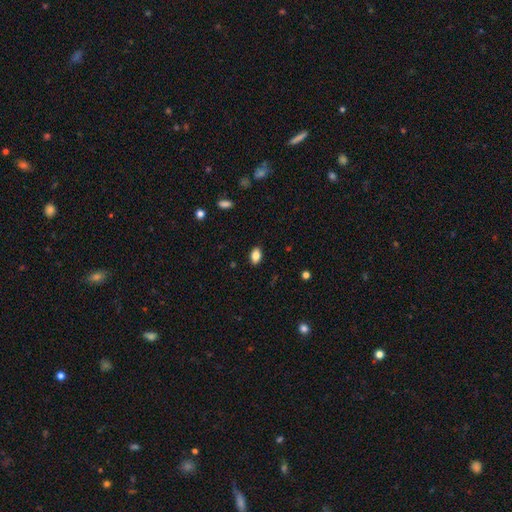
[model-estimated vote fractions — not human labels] A smooth galaxy with no disk features (83%) that is in between round and cigar-shaped (88%). Merging: none (88%).